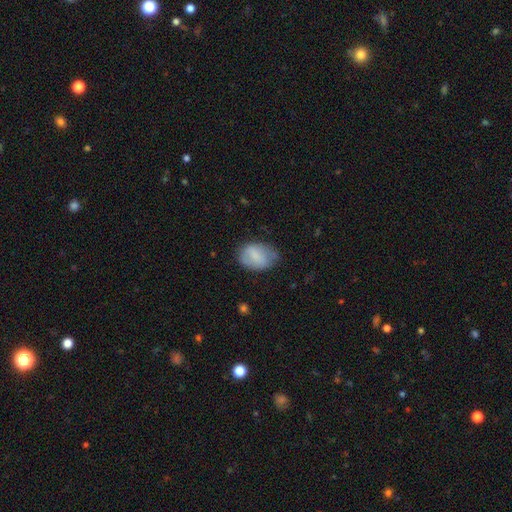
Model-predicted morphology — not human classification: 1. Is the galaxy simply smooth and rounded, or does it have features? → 74% smooth, 19% featured or disk, 7% star or artifact.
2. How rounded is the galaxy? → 82% in between, 16% round, 1% cigar-shaped.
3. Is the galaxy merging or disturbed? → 61% none, 29% minor disturbance, 8% major disturbance, 2% merger.